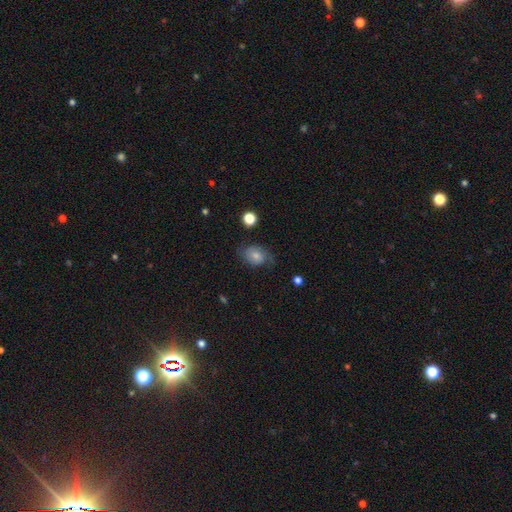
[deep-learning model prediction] Morphology: type=smooth (60%); roundness=in between (70%); merging=none (61%).